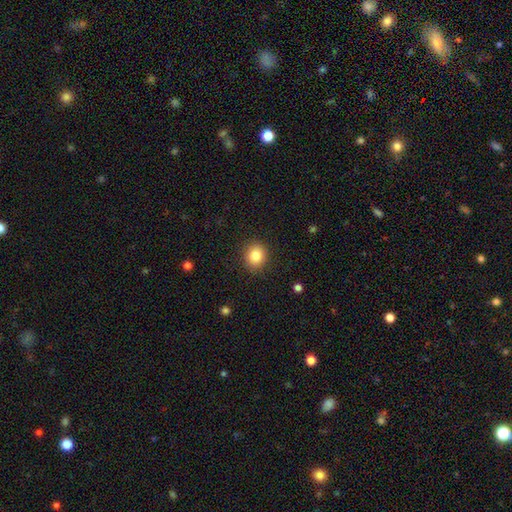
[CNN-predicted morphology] Overall: smooth (84%). How rounded: round (77%). Merging: none (89%).